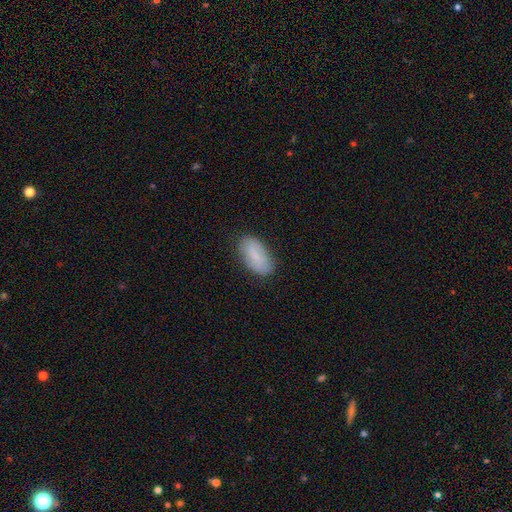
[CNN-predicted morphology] A smooth galaxy with no disk features (71%) that is in between round and cigar-shaped (93%). Merging: none (77%).